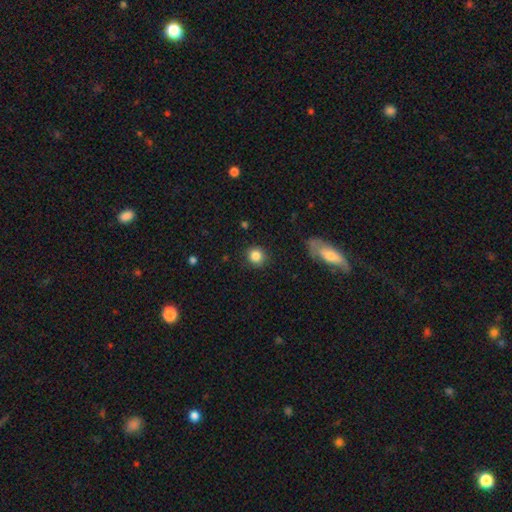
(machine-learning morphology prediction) Overall: smooth (85%). How rounded: round (89%). Merging: none (88%).